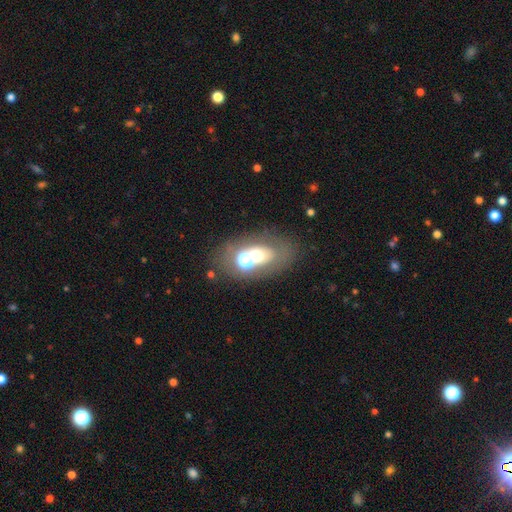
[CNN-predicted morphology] A smooth galaxy with no disk features (45%).

Vote fractions:
- Smooth or featured? smooth: 45% / featured or disk: 32% / star or artifact: 22%
- Merging? none: 55% / merger: 24% / minor disturbance: 12% / major disturbance: 9%